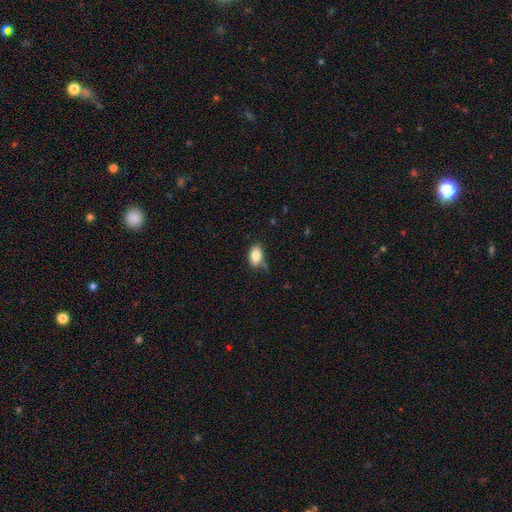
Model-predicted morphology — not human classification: type=smooth (82%); roundness=in between (87%); merging=none (59%).